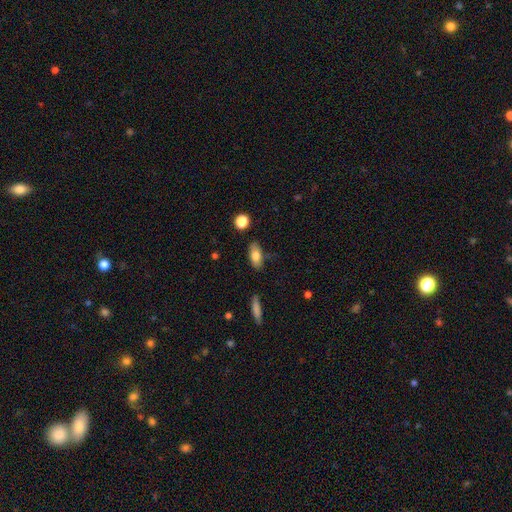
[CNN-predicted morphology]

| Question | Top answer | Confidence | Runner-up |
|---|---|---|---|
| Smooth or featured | smooth | 79% | featured or disk (14%) |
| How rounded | in between | 84% | cigar-shaped (12%) |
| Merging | none | 79% | minor disturbance (15%) |